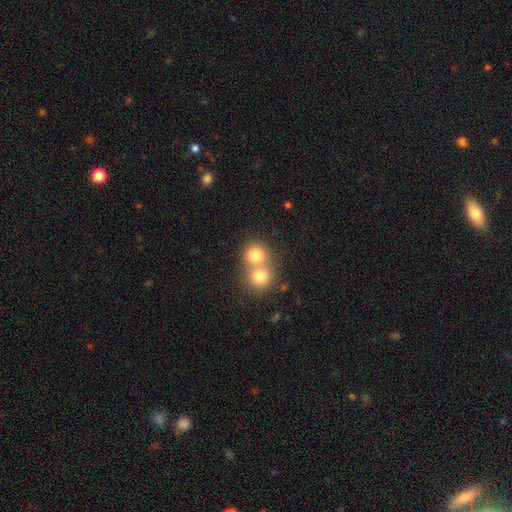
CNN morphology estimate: smooth_or_featured: smooth (p=0.78) [alt: featured or disk p=0.12]
how_rounded: round (p=0.85) [alt: in between p=0.14]
merging: merger (p=0.56) [alt: none p=0.37]